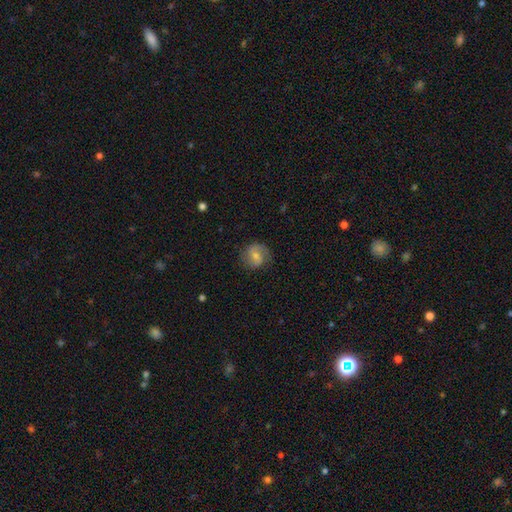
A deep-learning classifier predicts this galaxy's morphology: A featured or disk galaxy (62%) with a weak bar (49%), 2 (80%) medium (47%) spiral arms (90%) and a small central bulge (49%).

Vote fractions:
- Smooth or featured? featured or disk: 62% / smooth: 31% / star or artifact: 7%
- Edge-on disk? no: 97% / yes: 3%
- Bar? weak: 49% / no: 35% / strong: 16%
- Spiral arms? yes: 90% / no: 10%
- Spiral winding? medium: 47% / loose: 28% / tight: 25%
- Spiral arm count? 2: 80% / 1: 9% / can't tell: 8% / 3: 1% / 4: 1% / more than 4: 1%
- Bulge size? small: 49% / moderate: 44% / none: 4% / large: 2% / dominant: 1%
- Merging? none: 76% / minor disturbance: 16% / major disturbance: 7% / merger: 1%